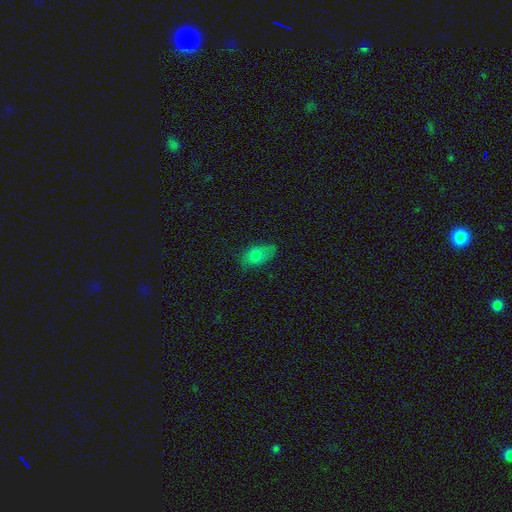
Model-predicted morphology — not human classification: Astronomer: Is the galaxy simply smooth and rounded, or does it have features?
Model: smooth — 76%.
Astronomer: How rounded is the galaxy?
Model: in between — 88%.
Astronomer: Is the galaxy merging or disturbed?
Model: none — 58%.